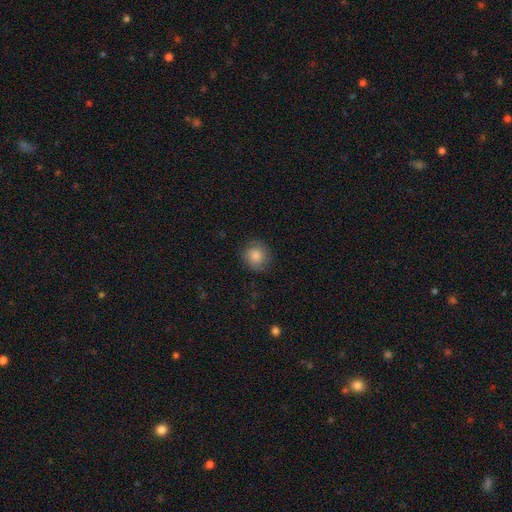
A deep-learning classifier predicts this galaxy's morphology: Smooth or featured?
  - smooth: 79% *
  - featured or disk: 12%
  - star or artifact: 8%
How rounded?
  - round: 85% *
  - in between: 15%
  - cigar-shaped: 1%
Merging?
  - none: 81% *
  - minor disturbance: 14%
  - major disturbance: 4%
  - merger: 1%